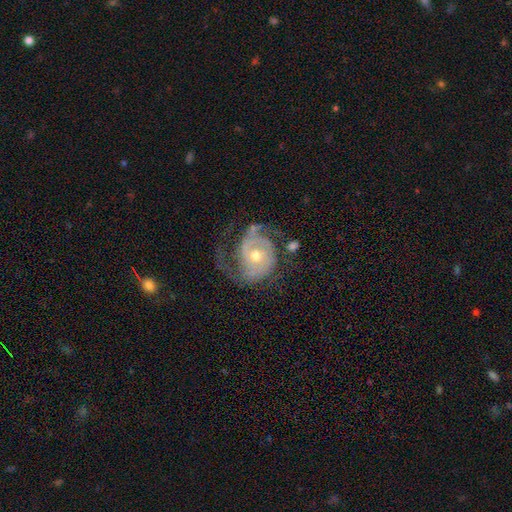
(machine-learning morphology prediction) A featured or disk galaxy (87%) with no bar (70%), 2 (61%) tight (43%) spiral arms (95%) and a moderate central bulge (61%). Merging: none (52%).